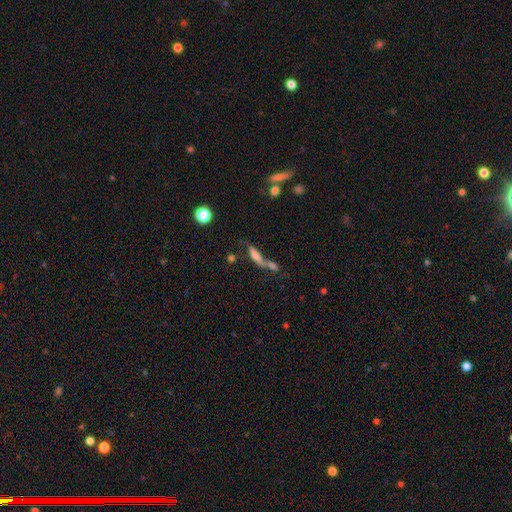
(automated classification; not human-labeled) Q: Smooth or featured?
A: smooth (53%); runner-up: featured or disk (33%)
Q: How rounded?
A: cigar-shaped (67%); runner-up: in between (29%)
Q: Merging?
A: merger (45%); runner-up: none (31%)